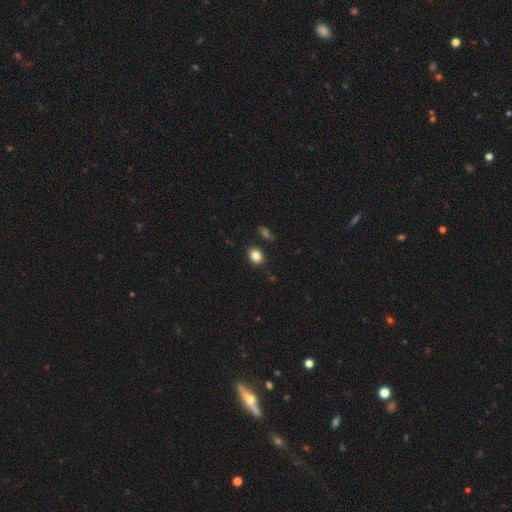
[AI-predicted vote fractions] A smooth galaxy with no disk features (84%) that is round (52%). Merging: none (85%).